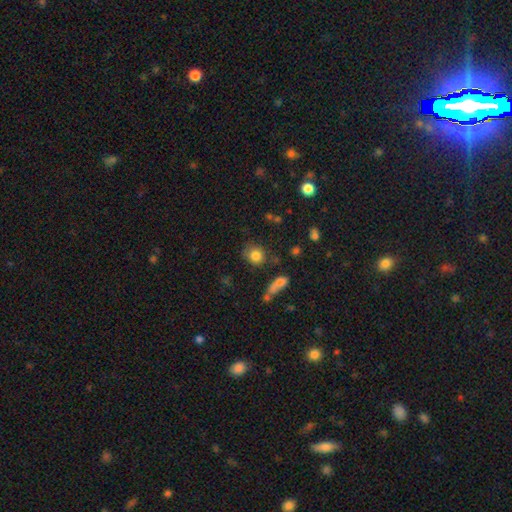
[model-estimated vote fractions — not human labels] smooth-or-featured: smooth: 82% | star or artifact: 11% | featured or disk: 8%
  how-rounded: round: 76% | in between: 22% | cigar-shaped: 2%
  merging: none: 68% | minor disturbance: 17% | merger: 8% | major disturbance: 7%